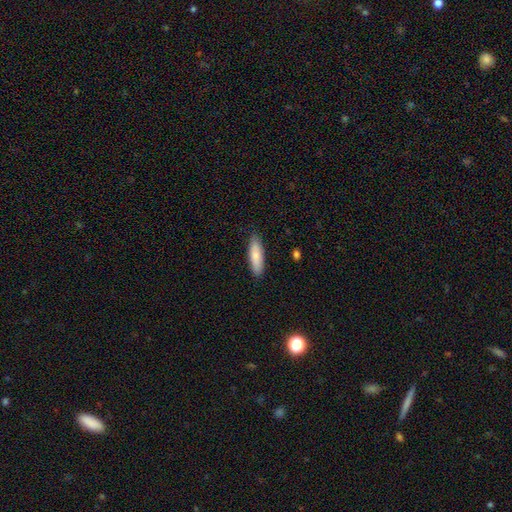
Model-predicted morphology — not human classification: Smooth or featured?
  - smooth: 82% *
  - featured or disk: 12%
  - star or artifact: 5%
How rounded?
  - cigar-shaped: 58% *
  - in between: 41%
  - round: 2%
Merging?
  - none: 88% *
  - minor disturbance: 10%
  - major disturbance: 2%
  - merger: 1%